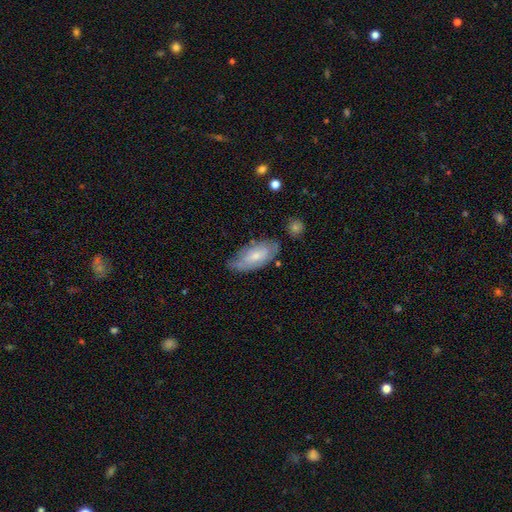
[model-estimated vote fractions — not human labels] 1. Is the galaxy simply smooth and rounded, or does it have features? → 55% smooth, 39% featured or disk, 6% star or artifact.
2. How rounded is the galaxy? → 88% in between, 10% cigar-shaped, 3% round.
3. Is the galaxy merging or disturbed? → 60% none, 29% minor disturbance, 7% major disturbance, 3% merger.